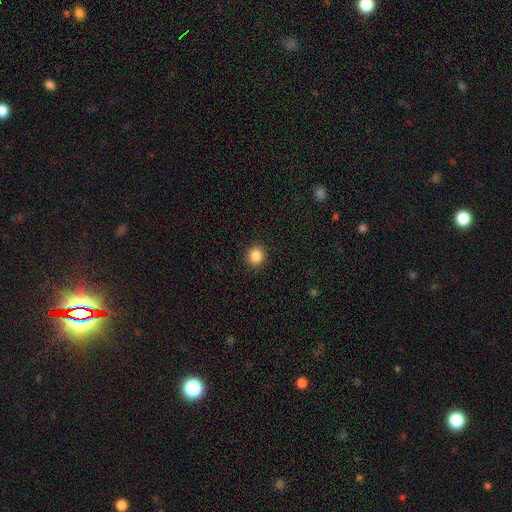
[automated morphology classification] Overall: smooth (86%). How rounded: round (88%). Merging: none (92%).